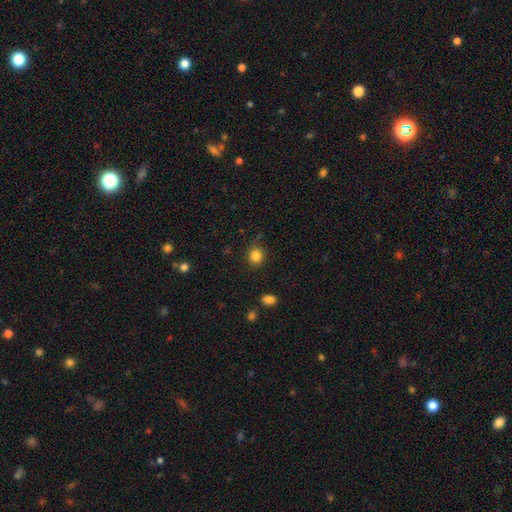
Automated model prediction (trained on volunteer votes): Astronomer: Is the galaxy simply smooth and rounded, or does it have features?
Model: smooth — 84%.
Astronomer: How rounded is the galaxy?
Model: round — 83%.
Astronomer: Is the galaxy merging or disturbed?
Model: none — 81%.